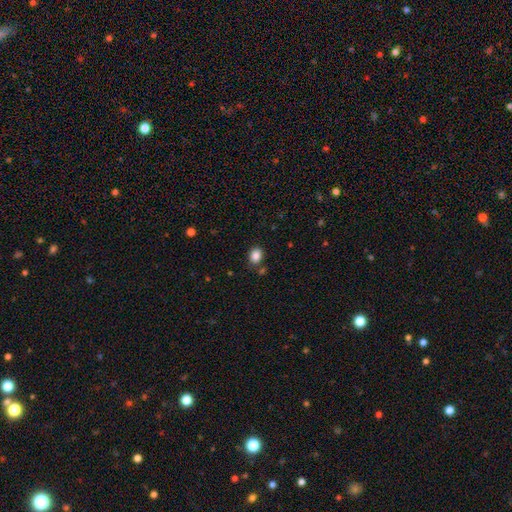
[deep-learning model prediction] This is clearly a smooth galaxy (86%). How rounded: possibly in between (56%). Merging: clearly none (81%).